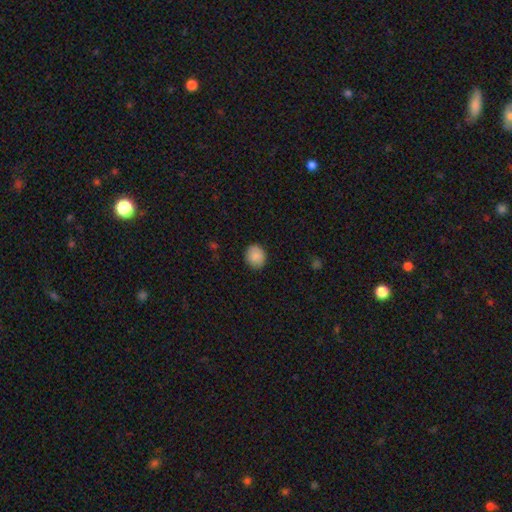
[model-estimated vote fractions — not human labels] A smooth galaxy with no disk features (87%) that is round (74%).

Vote fractions:
- Smooth or featured? smooth: 87% / star or artifact: 8% / featured or disk: 5%
- How rounded? round: 74% / in between: 25% / cigar-shaped: 1%
- Merging? none: 88% / minor disturbance: 9% / major disturbance: 2% / merger: 1%